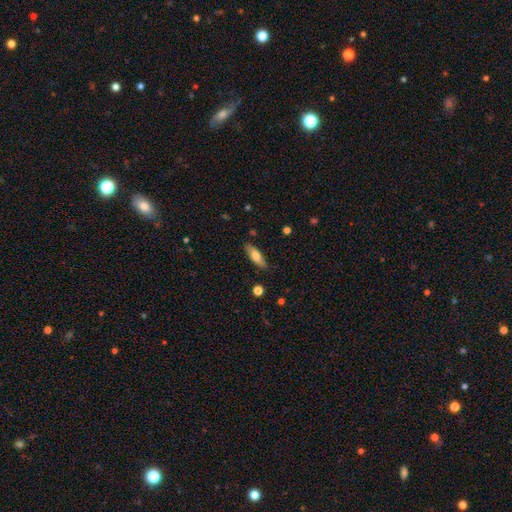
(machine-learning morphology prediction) Overall: smooth (68%). How rounded: in between (53%; cigar-shaped 45%). Merging: none (83%).